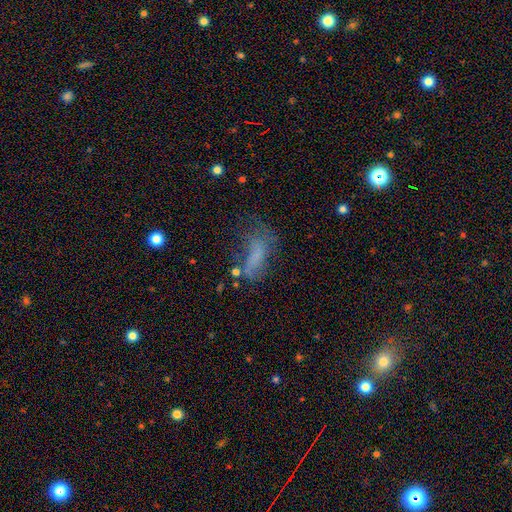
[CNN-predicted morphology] A smooth galaxy with no disk features (50%) that is in between round and cigar-shaped (74%).

Vote fractions:
- Smooth or featured? smooth: 50% / featured or disk: 32% / star or artifact: 18%
- How rounded? in between: 74% / cigar-shaped: 21% / round: 6%
- Merging? major disturbance: 38% / none: 31% / minor disturbance: 24% / merger: 7%